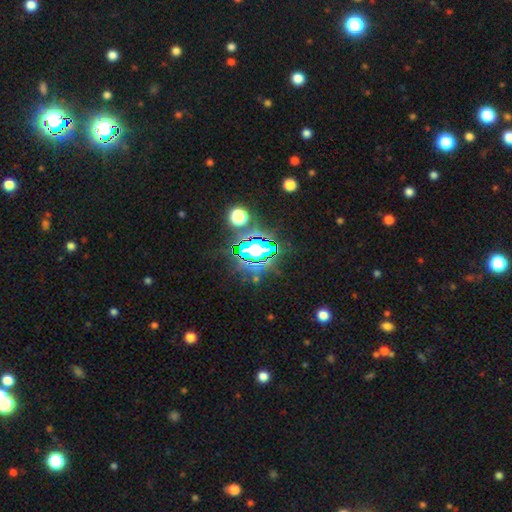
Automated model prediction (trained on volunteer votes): Smooth or featured?
  - star or artifact: 77% *
  - smooth: 14%
  - featured or disk: 9%